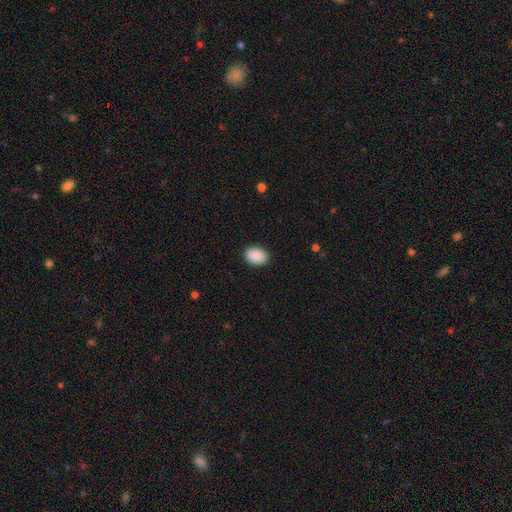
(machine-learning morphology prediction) smooth_or_featured: smooth (p=0.91) [alt: star or artifact p=0.07]
how_rounded: in between (p=0.85) [alt: round p=0.14]
merging: none (p=0.89) [alt: minor disturbance p=0.08]